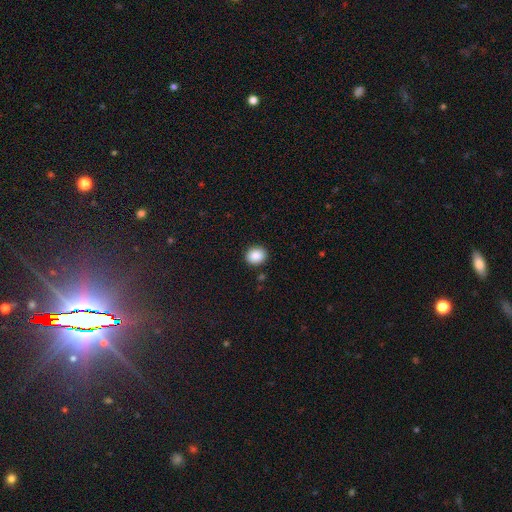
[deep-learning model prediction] Q: Smooth or featured?
A: smooth (88%); runner-up: star or artifact (9%)
Q: How rounded?
A: round (73%); runner-up: in between (26%)
Q: Merging?
A: none (90%); runner-up: minor disturbance (7%)